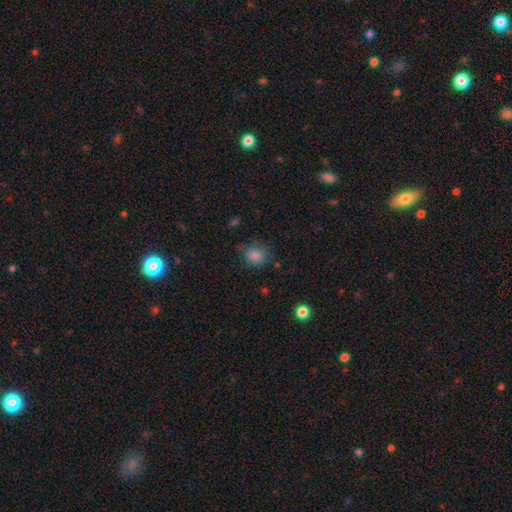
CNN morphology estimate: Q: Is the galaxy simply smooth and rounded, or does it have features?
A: smooth — 83%.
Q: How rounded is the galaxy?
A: round — 71%.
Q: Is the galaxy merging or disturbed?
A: none — 74%.